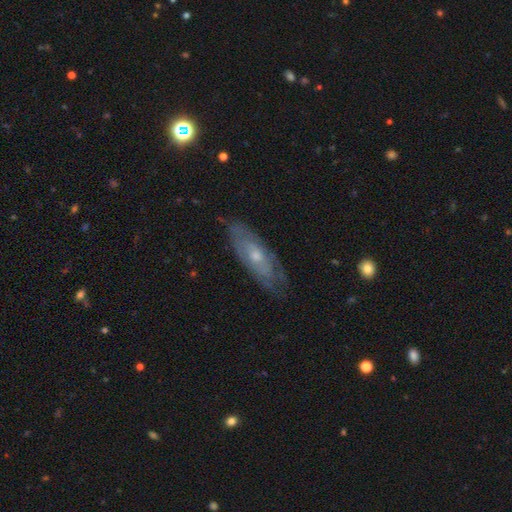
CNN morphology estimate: smooth-or-featured: featured or disk: 65% | smooth: 28% | star or artifact: 7%
  disk-edge-on: no: 73% | yes: 27%
  merging: none: 75% | minor disturbance: 19% | major disturbance: 5% | merger: 1%